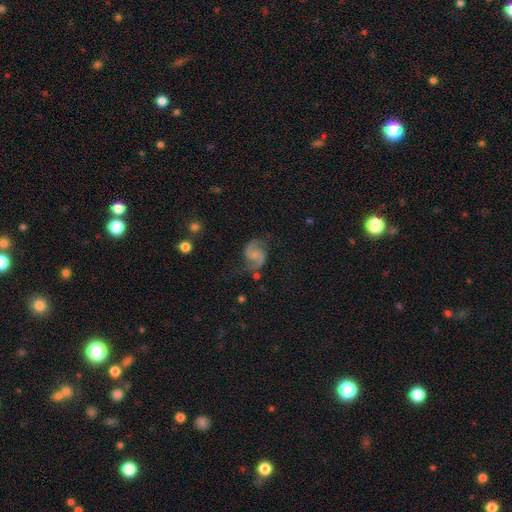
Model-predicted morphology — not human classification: Smooth or featured? Predicted: featured or disk (p=0.87). Edge-on disk? Predicted: no (p=0.98). Bar? Predicted: no (p=0.54). Spiral arms? Predicted: yes (p=0.97). Spiral winding? Predicted: medium (p=0.54). Spiral arm count? Predicted: 2 (p=0.94). Bulge size? Predicted: none (p=0.42). Merging? Predicted: none (p=0.71).